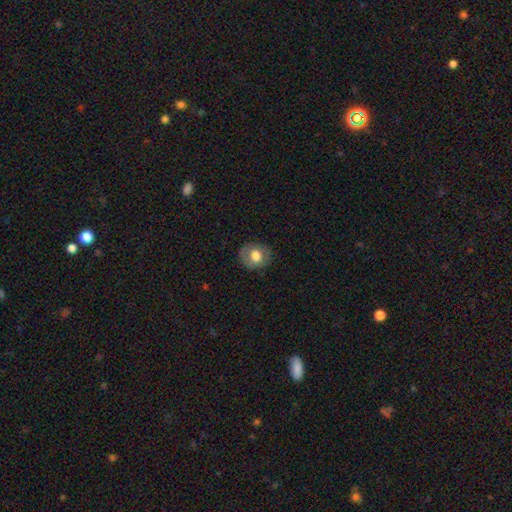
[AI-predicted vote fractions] smooth-or-featured: smooth: 66% | featured or disk: 25% | star or artifact: 8%
  how-rounded: round: 69% | in between: 30% | cigar-shaped: 1%
  merging: none: 81% | minor disturbance: 14% | major disturbance: 4% | merger: 1%